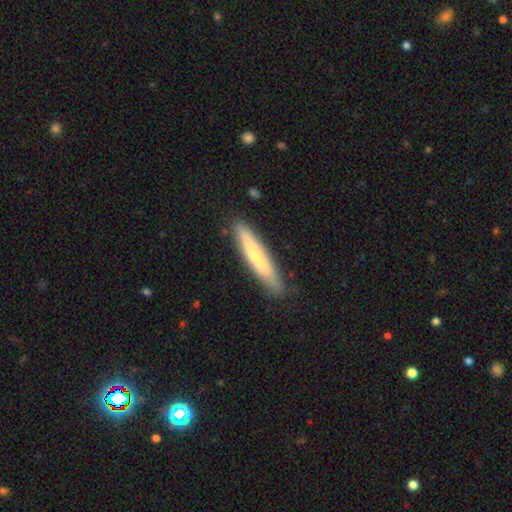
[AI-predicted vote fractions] This appears to be a smooth galaxy with no disk features (57%) that is cigar-shaped (90%). Merging: none (85%).